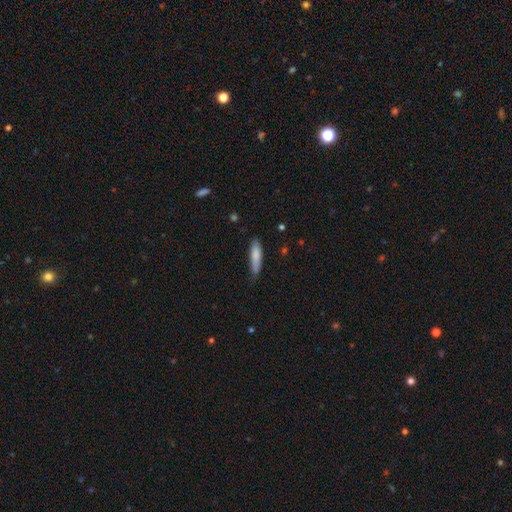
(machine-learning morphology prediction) This appears to be a smooth galaxy with no disk features (80%) that is cigar-shaped (72%). Merging: none (70%).